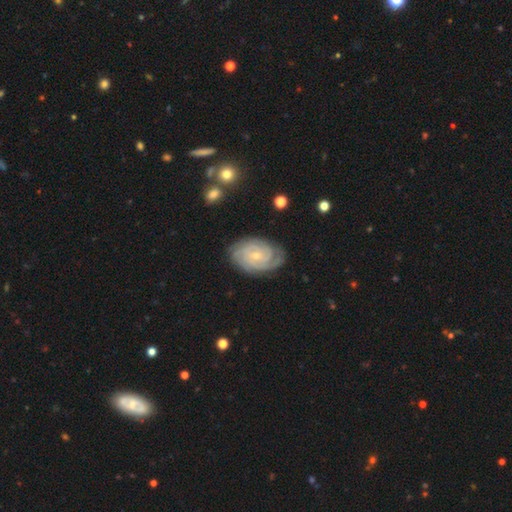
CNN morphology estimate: smooth-or-featured: featured or disk: 84% | smooth: 10% | star or artifact: 6%
  disk-edge-on: no: 97% | yes: 3%
    bar: no: 71% | weak: 25% | strong: 4%
    has-spiral-arms: yes: 97% | no: 3%
      spiral-winding: tight: 77% | medium: 20% | loose: 4%
      spiral-arm-count: can't tell: 28% | 3: 24% | 2: 23% | 4: 13% | more than 4: 6% | 1: 6%
    bulge-size: small: 75% | moderate: 22% | none: 2% | large: 1% | dominant: 1%
  merging: none: 78% | minor disturbance: 16% | major disturbance: 5% | merger: 1%